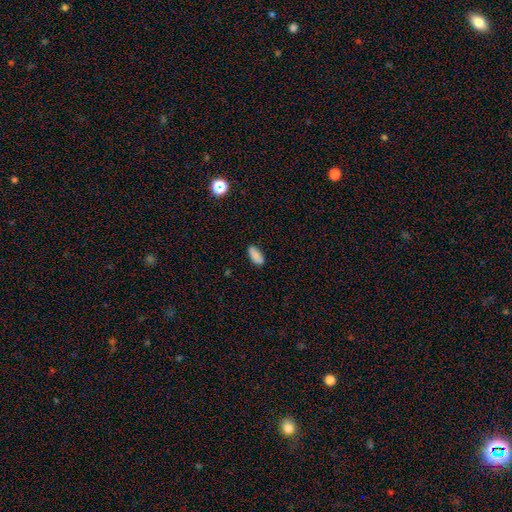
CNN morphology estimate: A smooth galaxy with no disk features (87%) that is in between round and cigar-shaped (86%). Merging: none (85%).